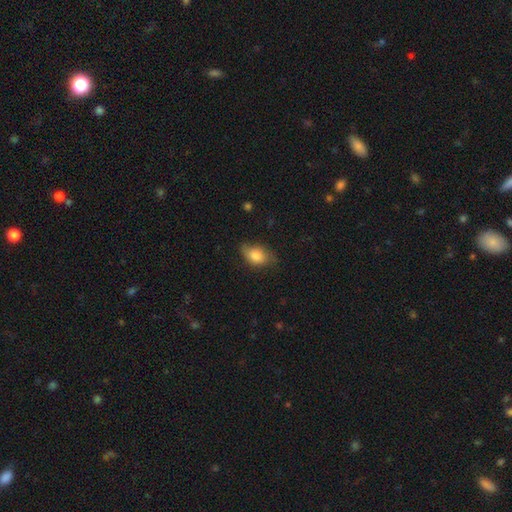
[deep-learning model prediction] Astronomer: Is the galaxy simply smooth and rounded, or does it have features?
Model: smooth — 79%.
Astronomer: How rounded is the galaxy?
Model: in between — 84%.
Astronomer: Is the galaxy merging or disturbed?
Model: none — 61%.